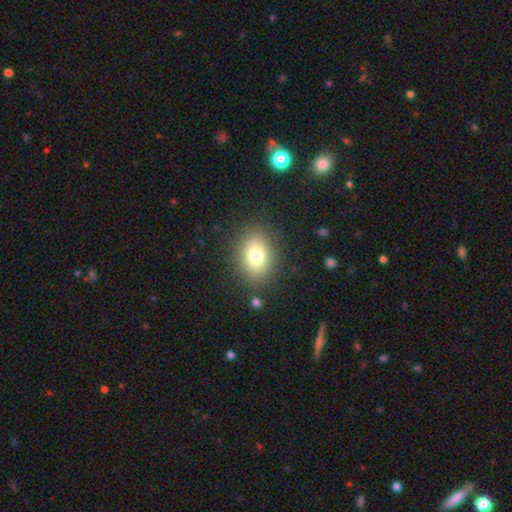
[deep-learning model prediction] A smooth galaxy with no disk features (78%) that is in between round and cigar-shaped (61%). Merging: none (85%).